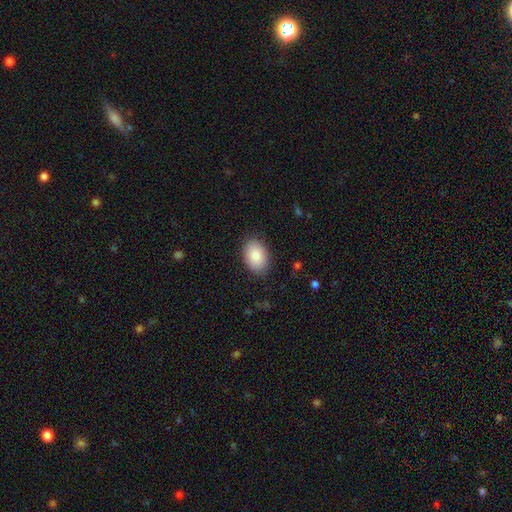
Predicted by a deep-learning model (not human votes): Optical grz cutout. It shows a smooth galaxy with no disk features (85%) that is in between round and cigar-shaped (85%). Merging: none (86%).